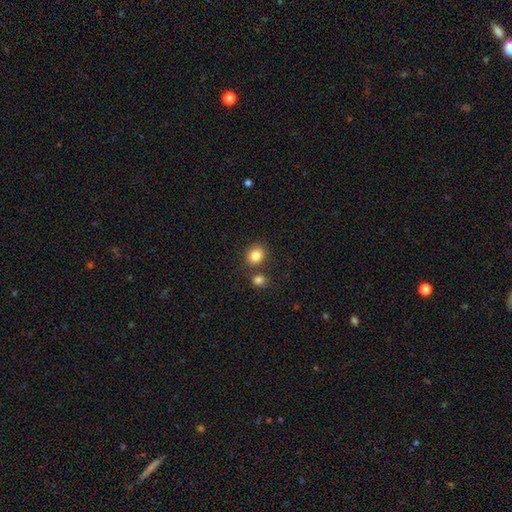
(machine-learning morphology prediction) A smooth galaxy with no disk features (84%) that is round (77%).

Vote fractions:
- Smooth or featured? smooth: 84% / star or artifact: 10% / featured or disk: 5%
- How rounded? round: 77% / in between: 22% / cigar-shaped: 1%
- Merging? none: 73% / merger: 15% / minor disturbance: 9% / major disturbance: 3%